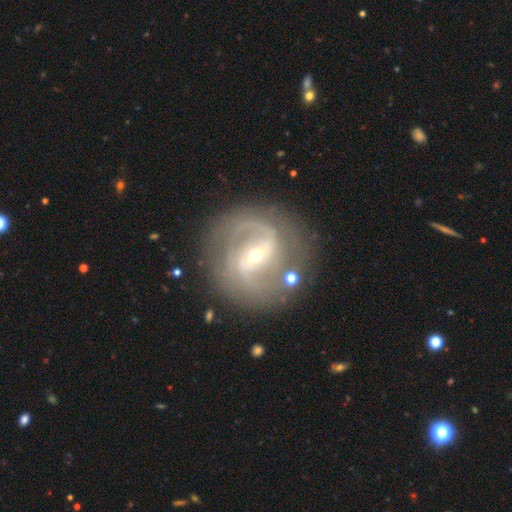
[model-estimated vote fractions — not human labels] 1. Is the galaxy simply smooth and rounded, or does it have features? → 87% featured or disk, 7% smooth, 6% star or artifact.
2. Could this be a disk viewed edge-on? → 97% no, 3% yes.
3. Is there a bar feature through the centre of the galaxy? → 42% weak, 38% strong, 20% no.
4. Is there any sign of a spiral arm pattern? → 93% yes, 7% no.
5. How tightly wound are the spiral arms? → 49% medium, 29% tight, 22% loose.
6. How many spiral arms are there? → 80% 2, 9% can't tell, 5% 3, 3% 1, 2% 4, 2% more than 4.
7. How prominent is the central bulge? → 65% small, 31% moderate, 2% large, 1% dominant, 1% none.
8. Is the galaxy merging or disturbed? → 77% none, 13% minor disturbance, 7% major disturbance, 3% merger.